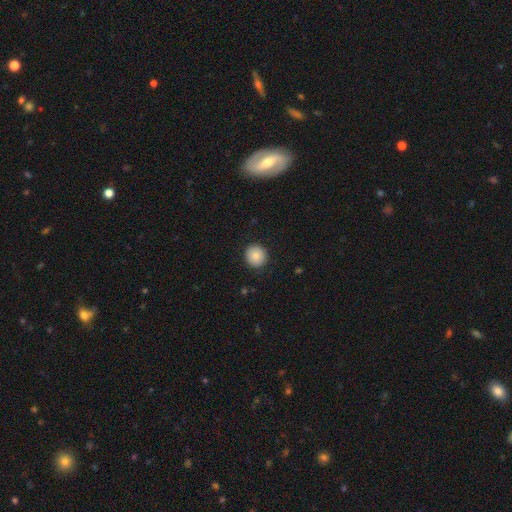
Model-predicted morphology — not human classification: A smooth galaxy with no disk features (81%) that is round (94%).

Vote fractions:
- Smooth or featured? smooth: 81% / featured or disk: 10% / star or artifact: 9%
- How rounded? round: 94% / in between: 5% / cigar-shaped: 1%
- Merging? none: 91% / minor disturbance: 6% / major disturbance: 2% / merger: 1%